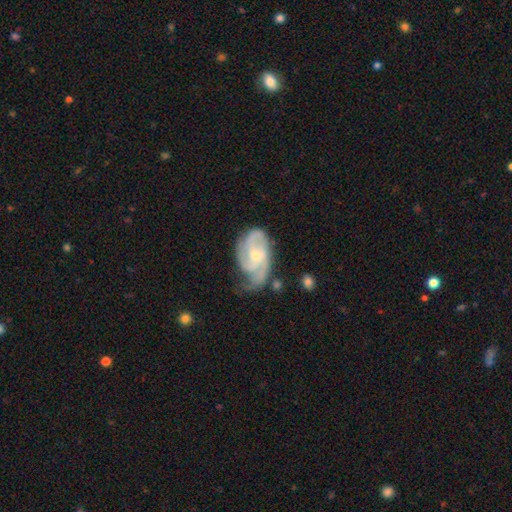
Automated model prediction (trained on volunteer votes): Smooth or featured? featured or disk (84%)
Edge-on disk? no (97%)
Bar? no (55%)
Spiral arms? yes (96%)
Spiral winding? medium (44%)
Spiral arm count? 2 (36%)
Bulge size? small (60%)
Merging? none (45%)